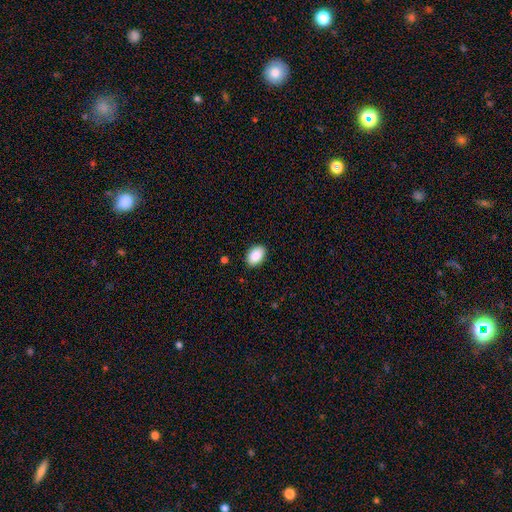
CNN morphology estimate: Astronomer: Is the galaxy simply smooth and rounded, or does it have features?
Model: smooth — 89%.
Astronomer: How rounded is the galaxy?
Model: in between — 89%.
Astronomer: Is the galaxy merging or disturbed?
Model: none — 88%.